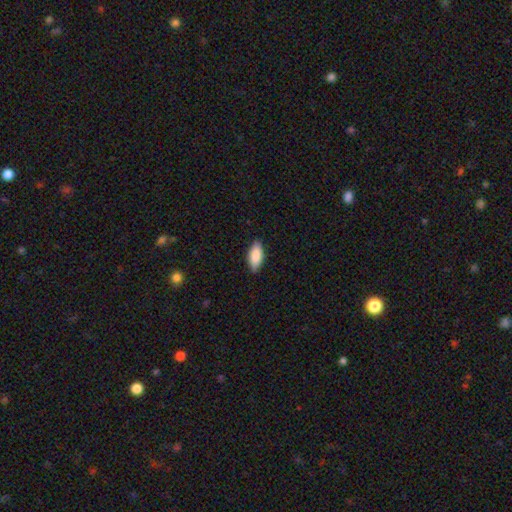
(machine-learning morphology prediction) Smooth or featured? smooth (85%)
How rounded? in between (83%)
Merging? none (87%)